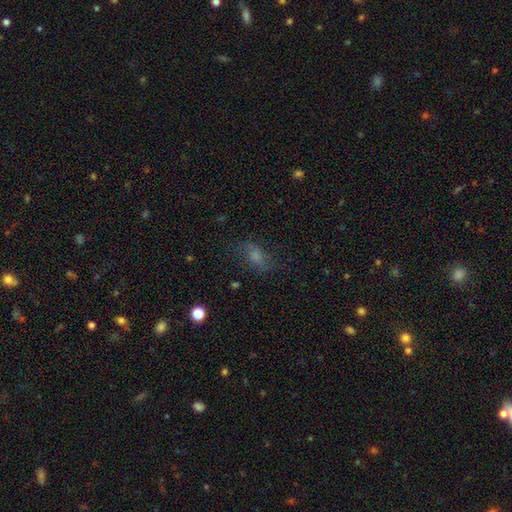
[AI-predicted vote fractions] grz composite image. It shows a smooth galaxy with no disk features (54%) that is in between round and cigar-shaped (77%). Merging: none (64%).